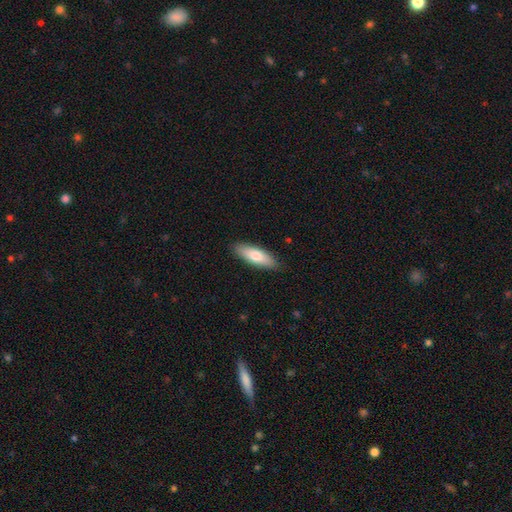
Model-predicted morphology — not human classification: This is likely a smooth galaxy (77%). How rounded: possibly in between (55%). Merging: clearly none (88%).